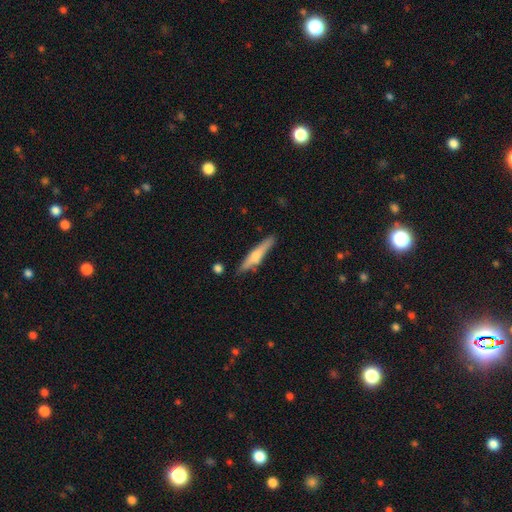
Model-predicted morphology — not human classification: Smooth or featured? smooth (51%)
How rounded? cigar-shaped (89%)
Merging? none (81%)